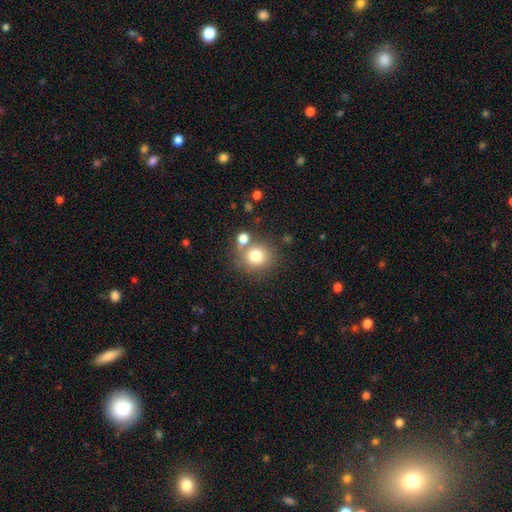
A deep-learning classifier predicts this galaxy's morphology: Q: Smooth or featured?
A: smooth (77%); runner-up: star or artifact (12%)
Q: How rounded?
A: round (85%); runner-up: in between (14%)
Q: Merging?
A: none (65%); runner-up: merger (21%)